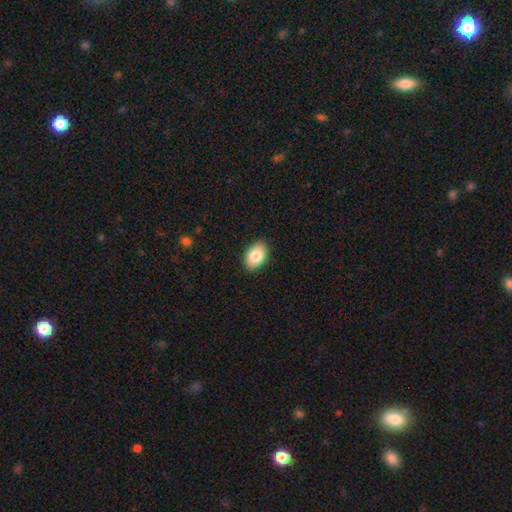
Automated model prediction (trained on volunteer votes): smooth-or-featured: smooth: 85% | featured or disk: 8% | star or artifact: 7%
  how-rounded: in between: 88% | round: 11% | cigar-shaped: 1%
  merging: none: 89% | minor disturbance: 8% | major disturbance: 2% | merger: 1%